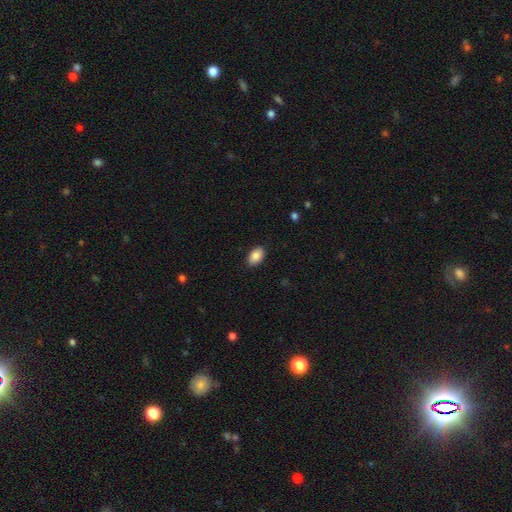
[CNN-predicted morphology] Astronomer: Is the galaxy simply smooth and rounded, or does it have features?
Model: smooth — 87%.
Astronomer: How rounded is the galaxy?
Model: in between — 88%.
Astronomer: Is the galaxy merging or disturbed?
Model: none — 87%.